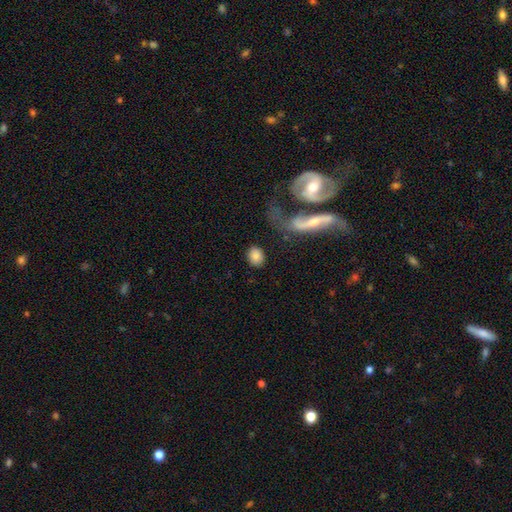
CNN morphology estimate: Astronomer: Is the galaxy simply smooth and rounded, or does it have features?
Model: smooth — 82%.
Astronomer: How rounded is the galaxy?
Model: in between — 58% (runner-up: round, 40%).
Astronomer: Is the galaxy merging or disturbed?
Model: none — 76%.